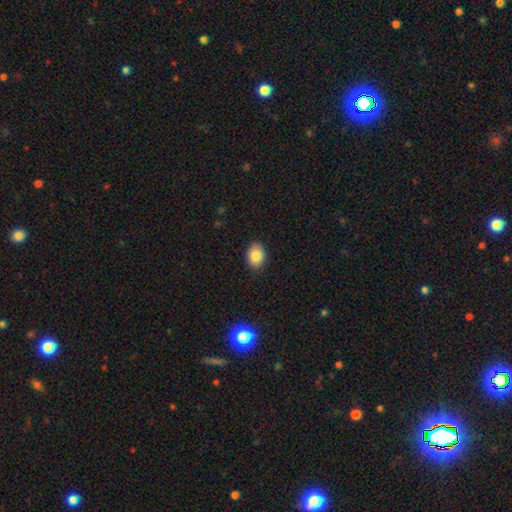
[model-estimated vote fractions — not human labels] Smooth or featured?
  - smooth: 85% *
  - star or artifact: 8%
  - featured or disk: 6%
How rounded?
  - in between: 75% *
  - round: 24%
  - cigar-shaped: 1%
Merging?
  - none: 89% *
  - minor disturbance: 8%
  - major disturbance: 2%
  - merger: 1%